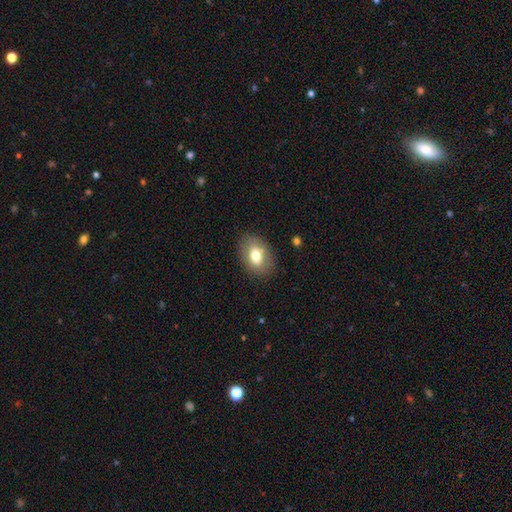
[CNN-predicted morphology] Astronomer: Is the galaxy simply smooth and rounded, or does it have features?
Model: smooth — 73%.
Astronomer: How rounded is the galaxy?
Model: in between — 82%.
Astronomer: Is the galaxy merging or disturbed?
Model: none — 84%.